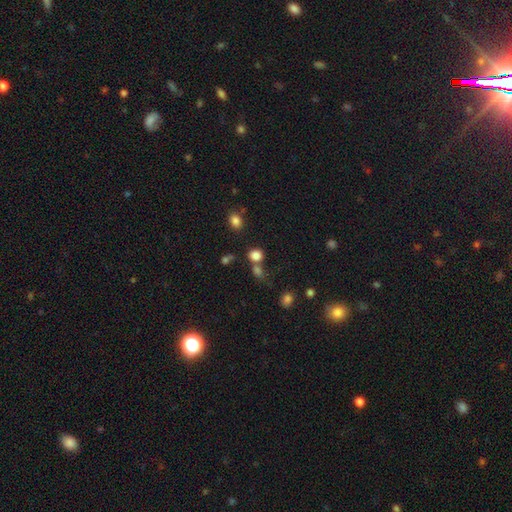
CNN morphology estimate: Smooth or featured? Predicted: smooth (p=0.81). How rounded? Predicted: round (p=0.71). Merging? Predicted: none (p=0.59).